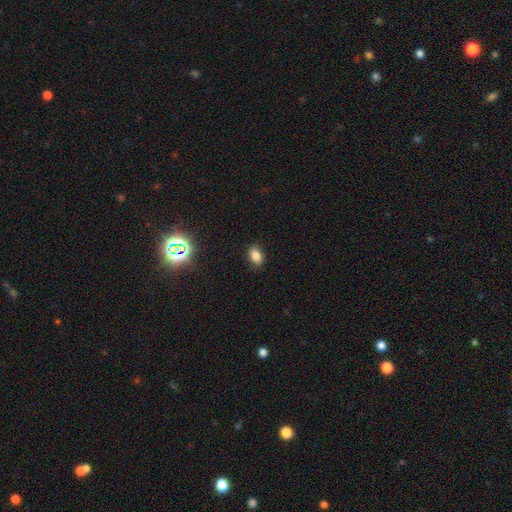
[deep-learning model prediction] Morphology: type=smooth (82%); roundness=in between (86%); merging=none (87%).